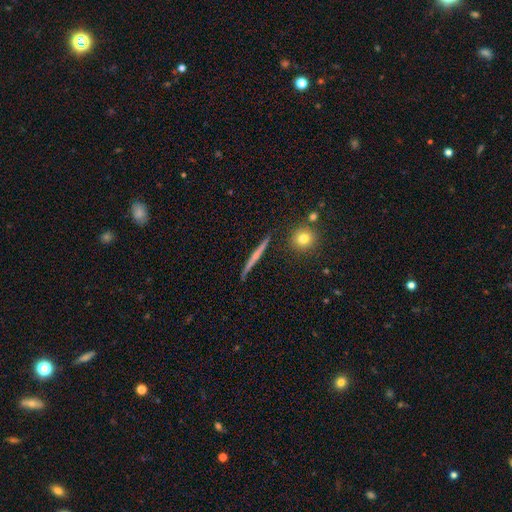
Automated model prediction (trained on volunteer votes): The model was most divided on "smooth or featured": featured or disk: 61%, smooth: 32%, star or artifact: 7%. More confident: edge-on disk — yes (97%); merging — none (90%); edge-on bulge — none (67%).